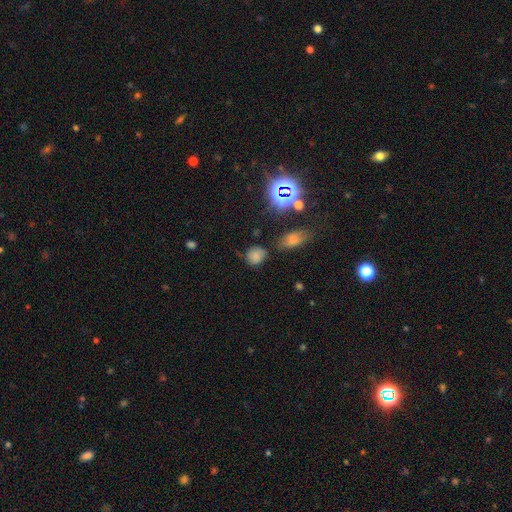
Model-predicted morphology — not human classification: This appears to be a smooth galaxy with no disk features (72%) that is round (73%). Merging: none (69%).